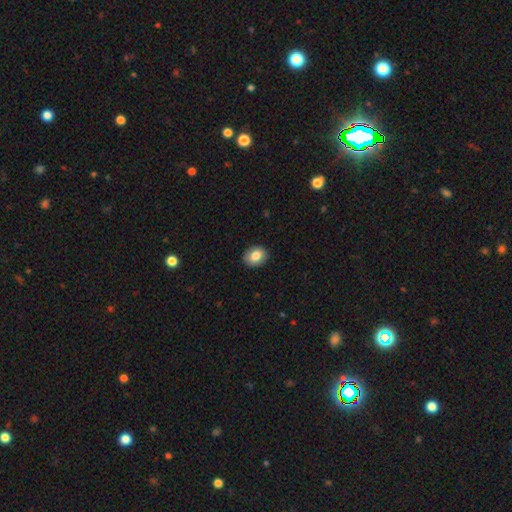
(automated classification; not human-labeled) Q: Smooth or featured?
A: smooth (82%); runner-up: featured or disk (10%)
Q: How rounded?
A: in between (58%); runner-up: round (41%)
Q: Merging?
A: none (89%); runner-up: minor disturbance (9%)